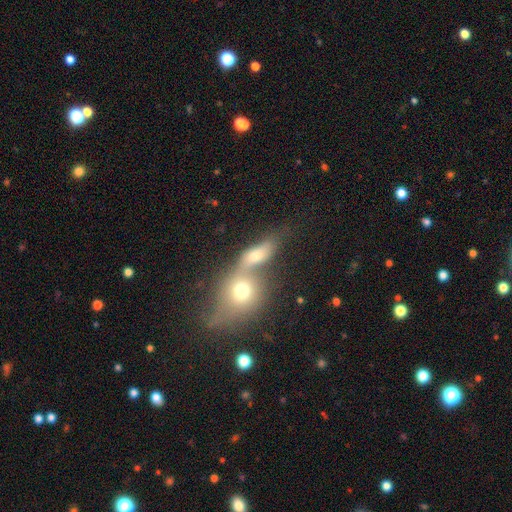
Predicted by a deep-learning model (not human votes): Smooth or featured: smooth — 63% (featured or disk — 25%)
How rounded: in between — 60% (round — 32%)
Merging: merger — 67% (none — 21%)